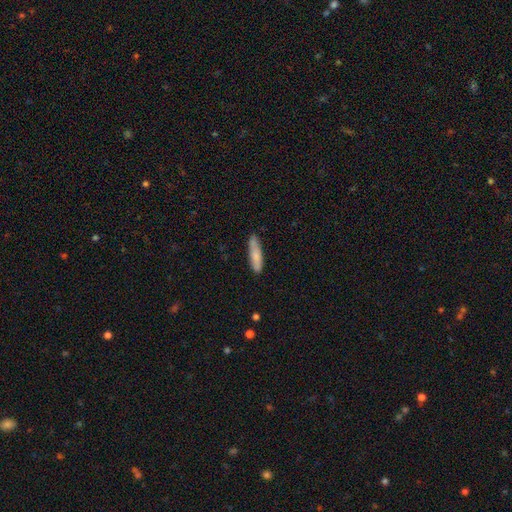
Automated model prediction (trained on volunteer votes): A smooth galaxy with no disk features (79%) that is cigar-shaped (74%).

Vote fractions:
- Smooth or featured? smooth: 79% / featured or disk: 15% / star or artifact: 6%
- How rounded? cigar-shaped: 74% / in between: 24% / round: 1%
- Merging? none: 81% / minor disturbance: 15% / major disturbance: 2% / merger: 2%